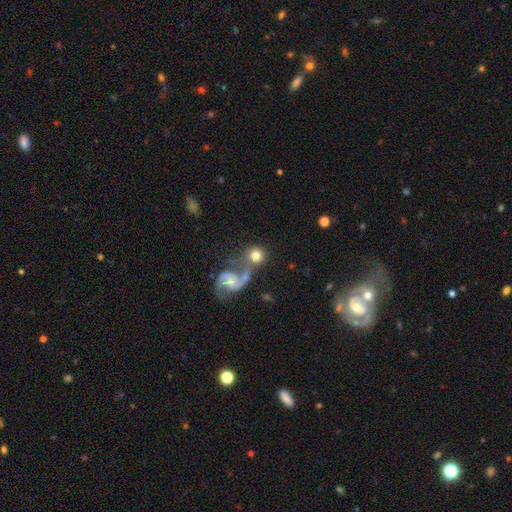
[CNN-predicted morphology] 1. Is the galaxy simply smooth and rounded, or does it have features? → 66% smooth, 26% featured or disk, 7% star or artifact.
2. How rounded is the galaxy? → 88% round, 11% in between, 1% cigar-shaped.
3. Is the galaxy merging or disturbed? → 50% none, 33% merger, 10% minor disturbance, 6% major disturbance.